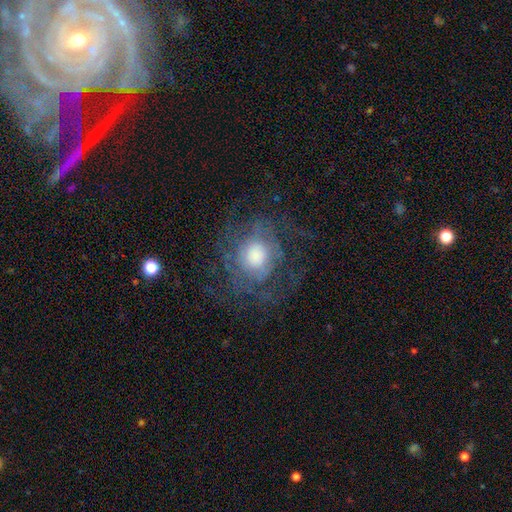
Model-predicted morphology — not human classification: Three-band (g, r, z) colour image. It shows a featured or disk galaxy (58%) with no bar (83%), spiral arms (72%) and a large central bulge (47%). Merging: none (59%).